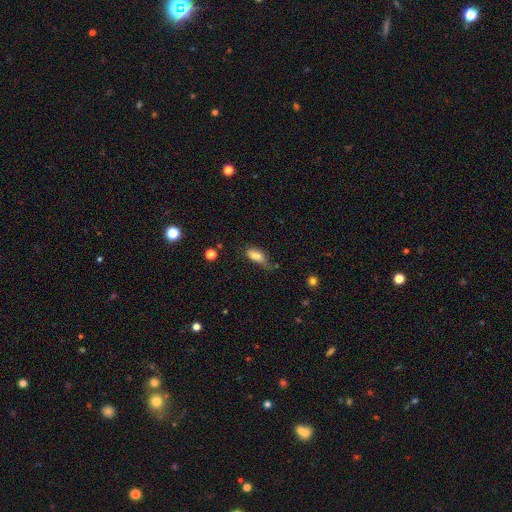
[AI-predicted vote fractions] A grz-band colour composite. It shows a smooth galaxy with no disk features (77%) that is in between round and cigar-shaped (81%). Merging: minor disturbance (36%, tied with none).